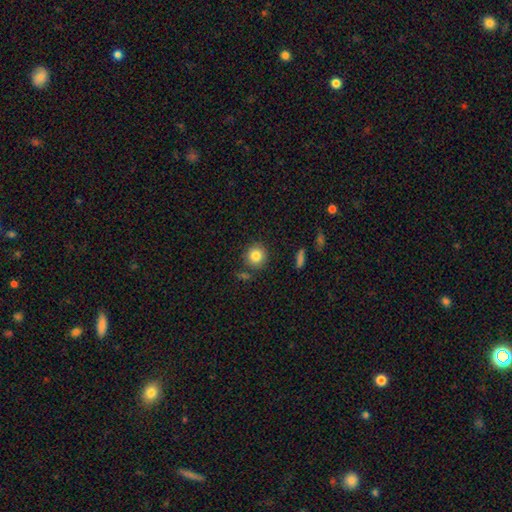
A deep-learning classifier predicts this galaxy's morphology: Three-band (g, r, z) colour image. It shows a smooth galaxy with no disk features (83%) that is round (91%). Merging: none (84%).